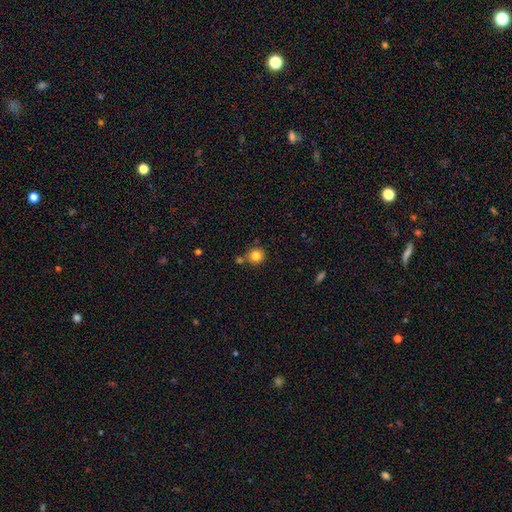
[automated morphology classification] This appears to be a smooth galaxy with no disk features (82%) that is round (92%). Merging: none (74%).